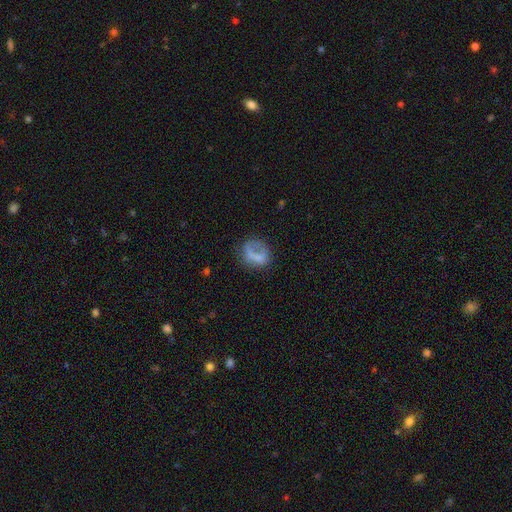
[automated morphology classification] smooth 62%, featured or disk 27%, star or artifact 11%. Down the decision tree: how rounded — round (57%); merging — none (41%).